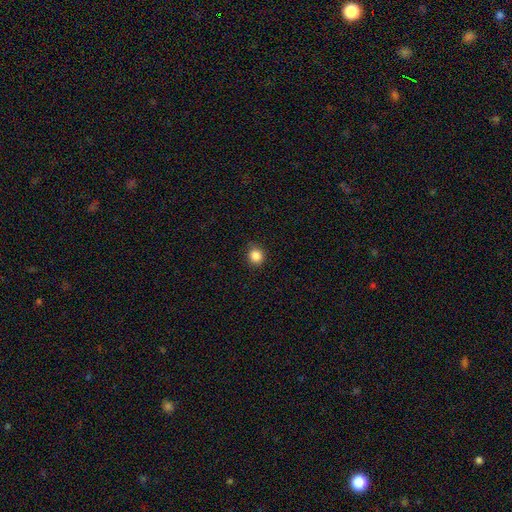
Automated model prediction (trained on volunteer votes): The model was most divided on "how rounded": round: 87%, in between: 12%, cigar-shaped: 1%. More confident: merging — none (87%); smooth or featured — smooth (86%).